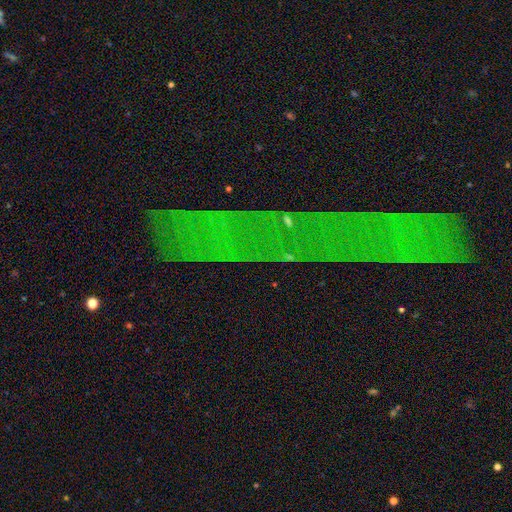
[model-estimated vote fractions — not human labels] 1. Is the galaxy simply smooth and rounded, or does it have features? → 71% star or artifact, 16% featured or disk, 13% smooth.